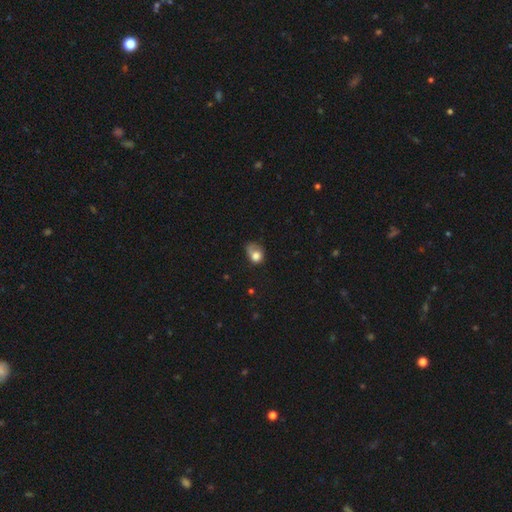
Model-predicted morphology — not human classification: type=smooth (74%); roundness=in between (51%); merging=major disturbance (35%).